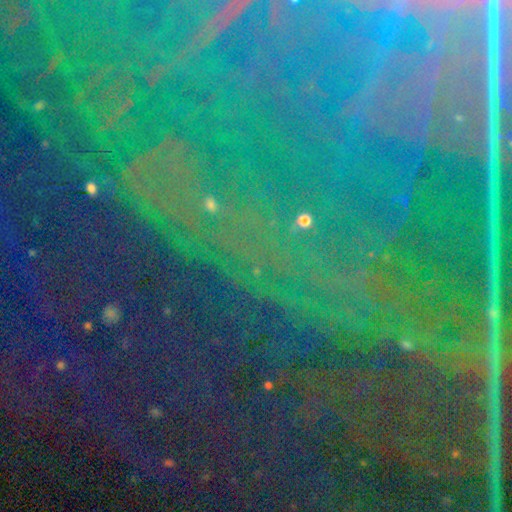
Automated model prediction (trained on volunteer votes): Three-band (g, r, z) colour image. It shows a star or artifact, not a galaxy (83%).